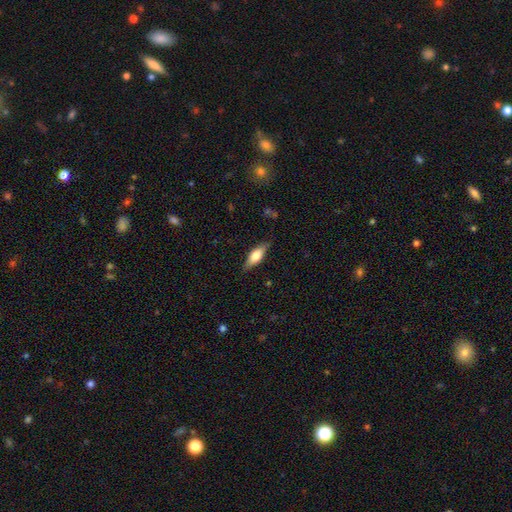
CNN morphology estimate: Q: Smooth or featured?
A: smooth (61%); runner-up: featured or disk (32%)
Q: How rounded?
A: in between (64%); runner-up: cigar-shaped (34%)
Q: Merging?
A: none (82%); runner-up: minor disturbance (14%)